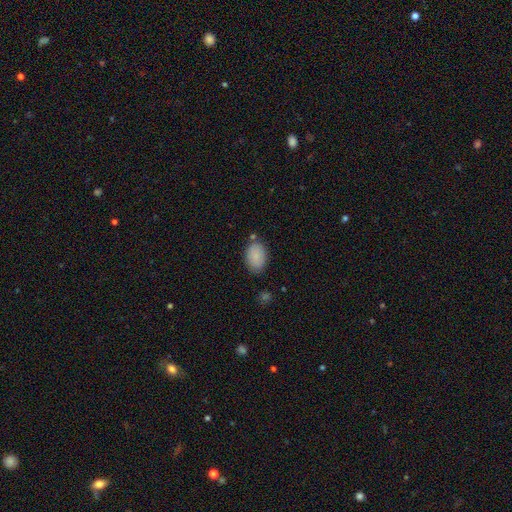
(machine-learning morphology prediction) Smooth or featured?
  - smooth: 87% *
  - star or artifact: 7%
  - featured or disk: 6%
How rounded?
  - in between: 90% *
  - round: 9%
  - cigar-shaped: 1%
Merging?
  - none: 77% *
  - minor disturbance: 15%
  - merger: 4%
  - major disturbance: 3%